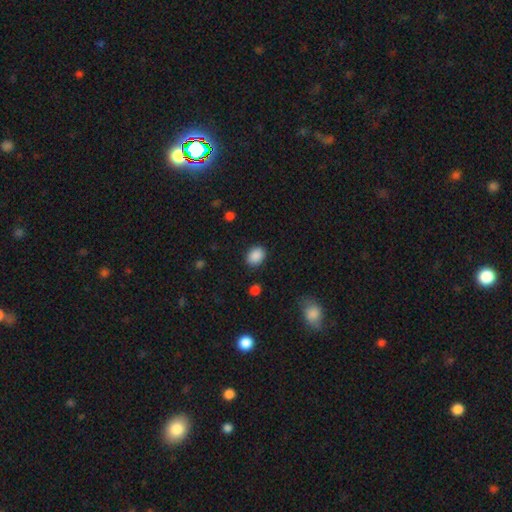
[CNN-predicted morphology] Overall: smooth (89%). How rounded: in between (59%; round 40%). Merging: none (86%).